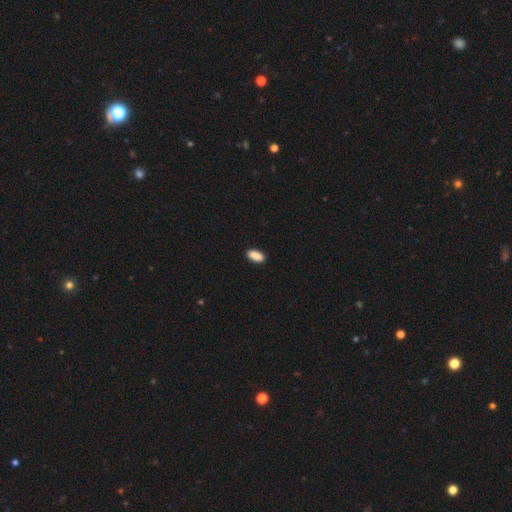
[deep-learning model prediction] smooth-or-featured: smooth: 90% | star or artifact: 7% | featured or disk: 3%
  how-rounded: in between: 88% | cigar-shaped: 9% | round: 2%
  merging: none: 89% | minor disturbance: 8% | major disturbance: 2% | merger: 1%